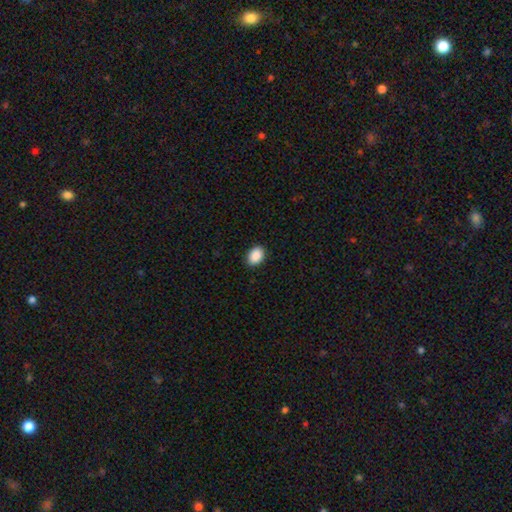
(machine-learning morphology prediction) This appears to be a smooth galaxy with no disk features (90%) that is in between round and cigar-shaped (77%). Merging: none (90%).